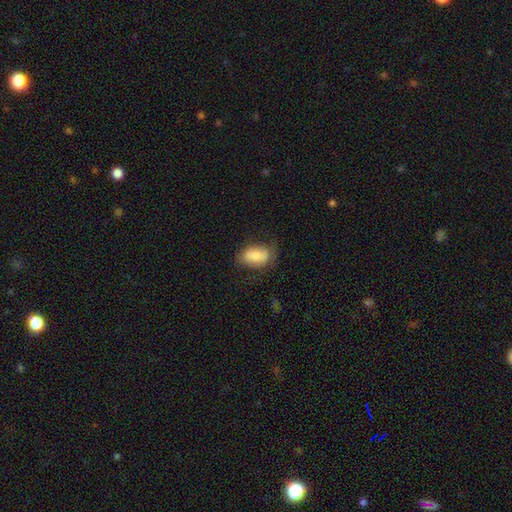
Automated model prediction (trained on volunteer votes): Smooth or featured: smooth — 79% (featured or disk — 14%)
How rounded: in between — 90% (round — 7%)
Merging: none — 68% (minor disturbance — 22%)